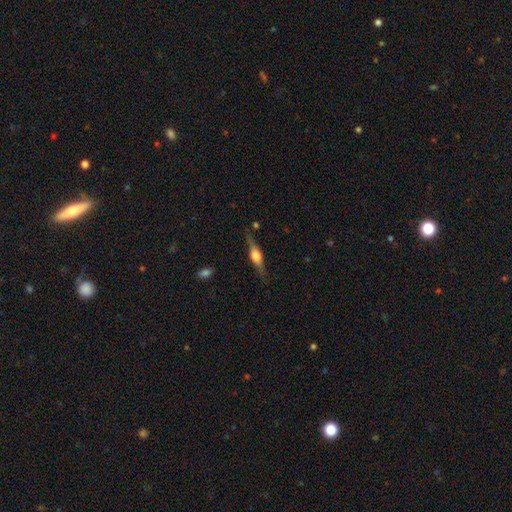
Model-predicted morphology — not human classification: Smooth or featured: featured or disk — 66% (smooth — 28%)
Edge-on disk: yes — 95% (no — 5%)
Edge-on bulge: rounded — 87% (boxy — 11%)
Merging: none — 80% (minor disturbance — 14%)